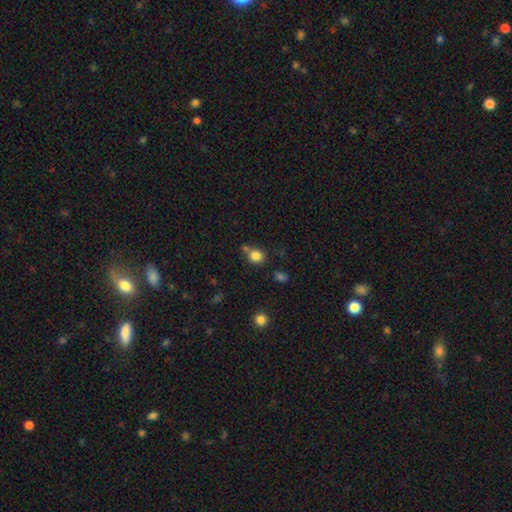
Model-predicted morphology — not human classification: smooth 83%, star or artifact 11%, featured or disk 6%. Down the decision tree: how rounded — round (74%); merging — none (64%).